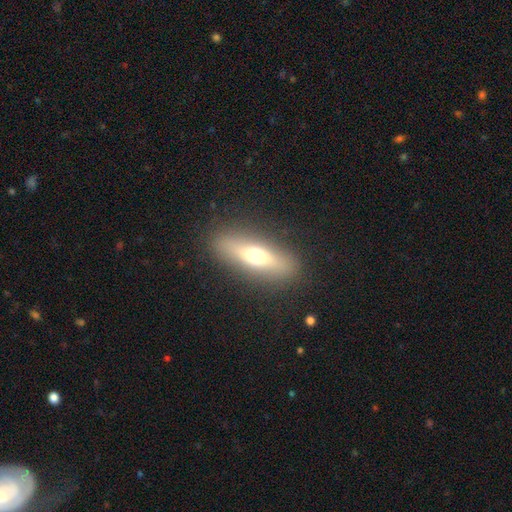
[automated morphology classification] Smooth or featured?
  - smooth: 51% *
  - featured or disk: 41%
  - star or artifact: 7%
How rounded?
  - cigar-shaped: 59% *
  - in between: 37%
  - round: 4%
Merging?
  - none: 88% *
  - minor disturbance: 8%
  - major disturbance: 3%
  - merger: 1%